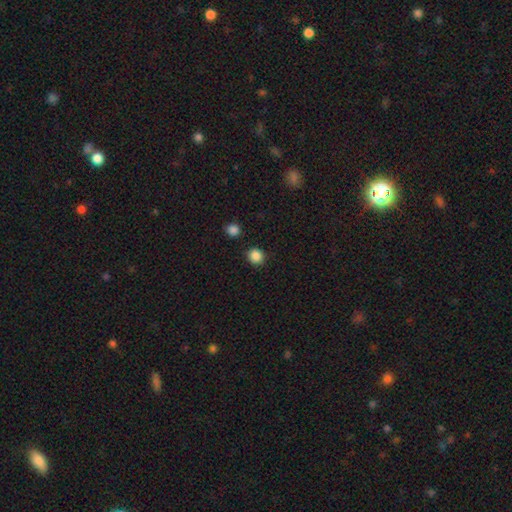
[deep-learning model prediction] Smooth or featured? smooth (87%)
How rounded? round (87%)
Merging? none (89%)